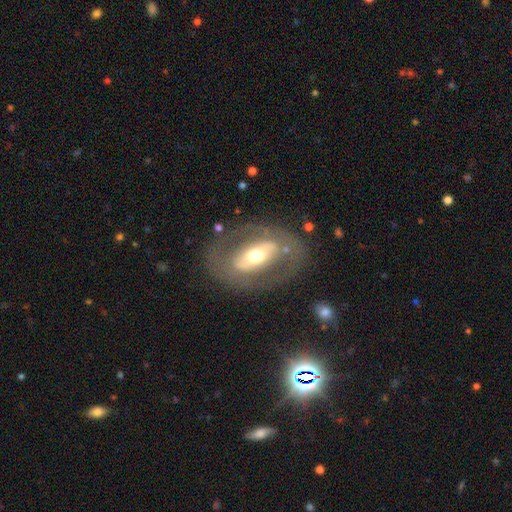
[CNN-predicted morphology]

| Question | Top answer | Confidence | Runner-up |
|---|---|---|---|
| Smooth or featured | featured or disk | 65% | smooth (28%) |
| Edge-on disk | no | 89% | yes (11%) |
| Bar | strong | 40% | no (39%) |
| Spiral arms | no | 77% | yes (23%) |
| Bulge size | moderate | 63% | large (17%) |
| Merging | none | 74% | minor disturbance (12%) |